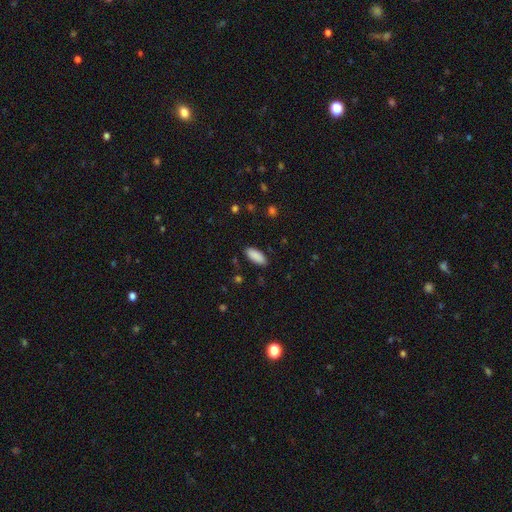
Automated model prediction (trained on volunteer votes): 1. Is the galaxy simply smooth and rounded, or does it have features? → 90% smooth, 6% star or artifact, 4% featured or disk.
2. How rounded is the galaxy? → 84% in between, 15% cigar-shaped, 2% round.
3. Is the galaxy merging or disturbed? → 88% none, 8% minor disturbance, 2% major disturbance, 1% merger.